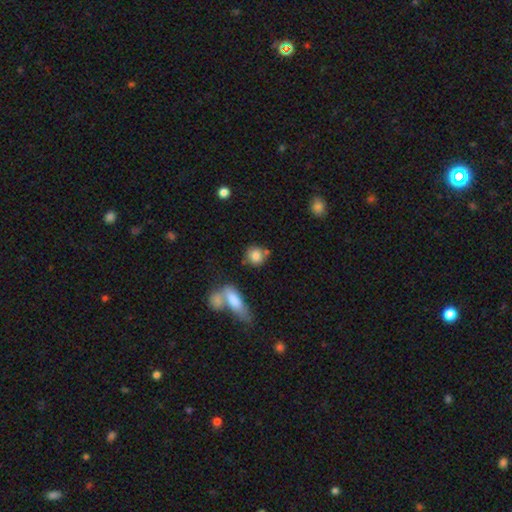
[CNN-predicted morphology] smooth_or_featured: smooth (p=0.82) [alt: featured or disk p=0.10]
how_rounded: round (p=0.79) [alt: in between p=0.19]
merging: none (p=0.64) [alt: merger p=0.18]